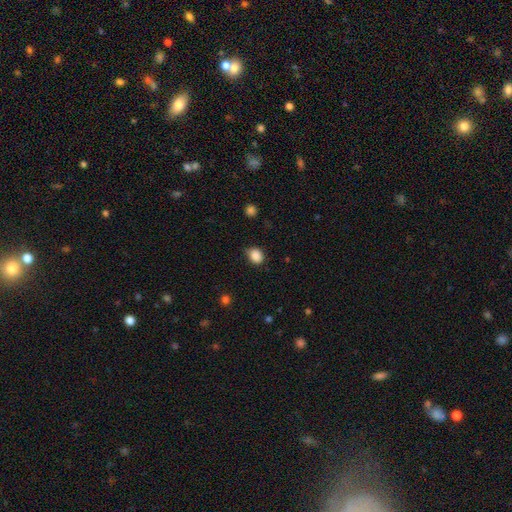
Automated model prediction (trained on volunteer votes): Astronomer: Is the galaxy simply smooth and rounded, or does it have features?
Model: smooth — 87%.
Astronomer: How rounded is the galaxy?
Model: round — 54% (runner-up: in between, 45%).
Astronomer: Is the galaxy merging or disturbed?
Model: none — 72%.